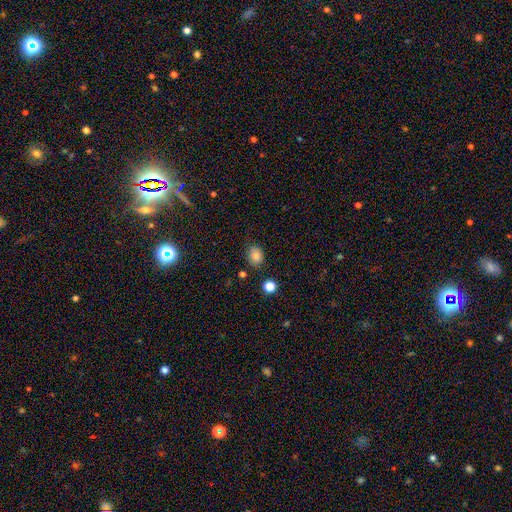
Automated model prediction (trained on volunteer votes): Q: Smooth or featured?
A: smooth (82%); runner-up: star or artifact (12%)
Q: How rounded?
A: round (60%); runner-up: in between (39%)
Q: Merging?
A: none (73%); runner-up: minor disturbance (19%)